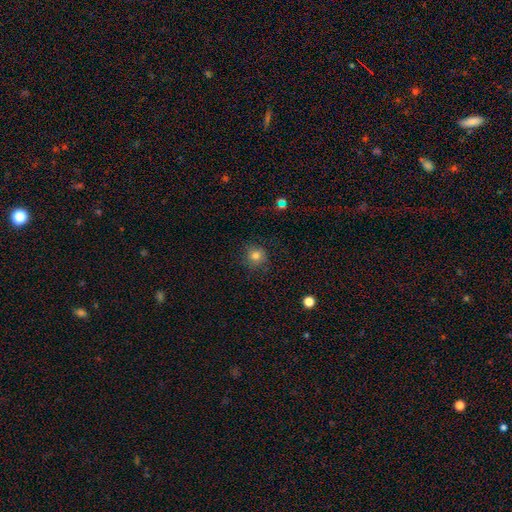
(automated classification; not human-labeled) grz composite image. It shows a smooth galaxy with no disk features (80%) that is round (90%). Merging: none (85%).